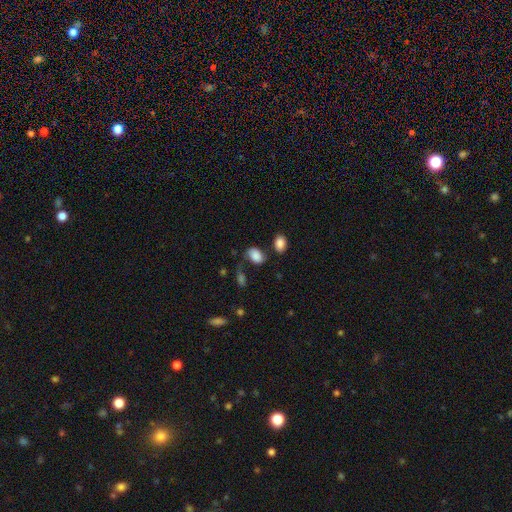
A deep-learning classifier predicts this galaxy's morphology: Overall: smooth (83%). How rounded: in between (87%). Merging: none (57%; minor disturbance 21%).